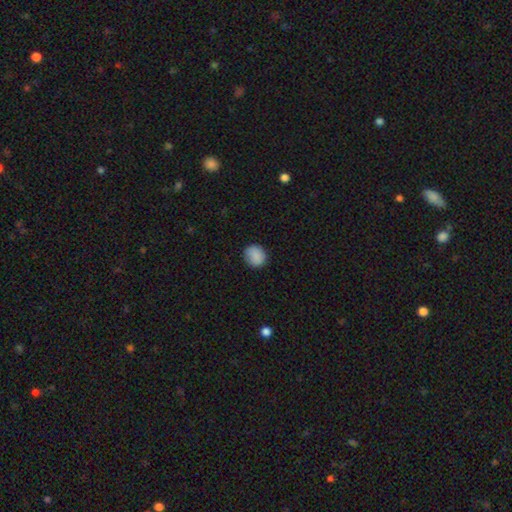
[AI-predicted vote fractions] A smooth galaxy with no disk features (88%) that is round (81%). Merging: none (84%).